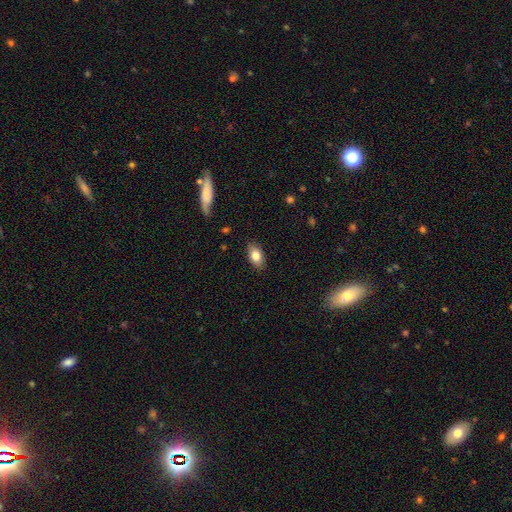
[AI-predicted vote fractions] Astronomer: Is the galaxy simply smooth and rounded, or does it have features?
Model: smooth — 80%.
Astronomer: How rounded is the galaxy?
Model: in between — 89%.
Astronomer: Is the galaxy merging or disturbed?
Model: none — 85%.